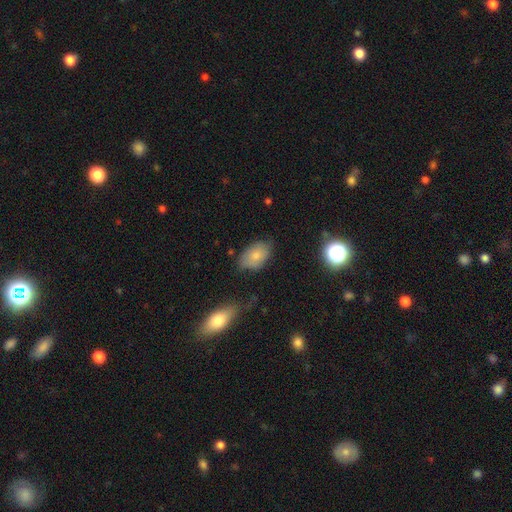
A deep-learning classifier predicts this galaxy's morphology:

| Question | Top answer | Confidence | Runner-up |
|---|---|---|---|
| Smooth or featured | smooth | 76% | featured or disk (16%) |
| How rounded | in between | 90% | round (9%) |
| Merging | none | 66% | minor disturbance (26%) |